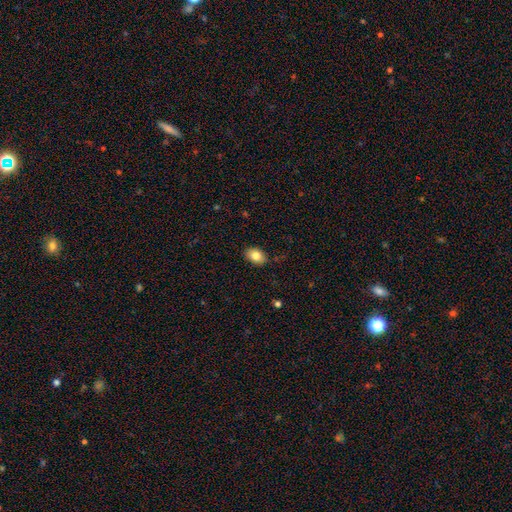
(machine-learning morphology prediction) A smooth galaxy with no disk features (81%) that is in between round and cigar-shaped (83%).

Vote fractions:
- Smooth or featured? smooth: 81% / featured or disk: 11% / star or artifact: 8%
- How rounded? in between: 83% / round: 16% / cigar-shaped: 1%
- Merging? none: 86% / minor disturbance: 11% / major disturbance: 2% / merger: 1%